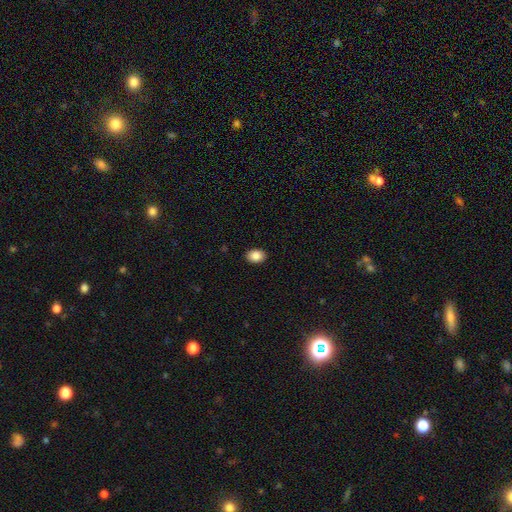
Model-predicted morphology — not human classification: Smooth or featured: smooth — 87% (star or artifact — 8%)
How rounded: in between — 69% (round — 30%)
Merging: none — 90% (minor disturbance — 7%)